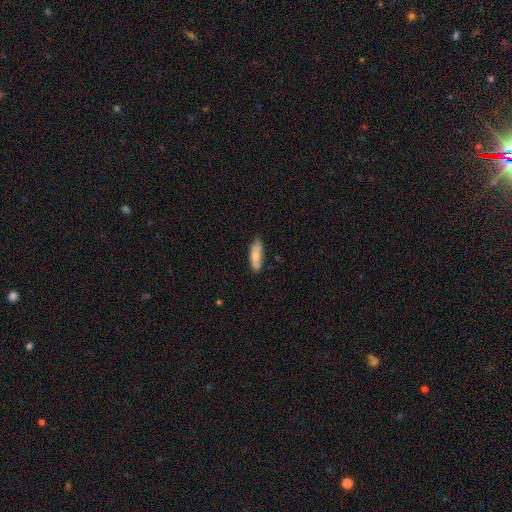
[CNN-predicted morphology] type=smooth (75%); roundness=in between (60%); merging=none (74%).